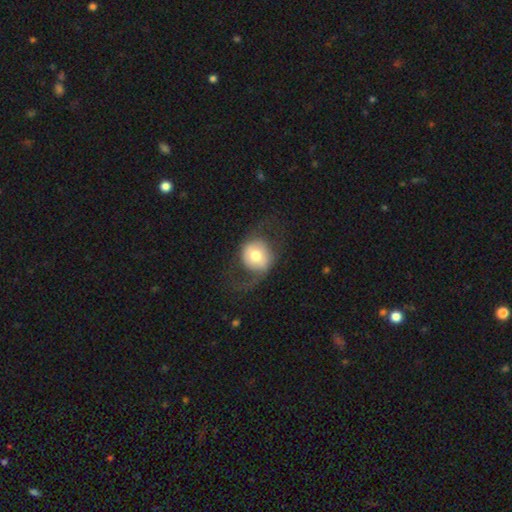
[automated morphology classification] Q: Smooth or featured?
A: smooth (48%); runner-up: featured or disk (45%)
Q: Merging?
A: none (51%); runner-up: major disturbance (30%)